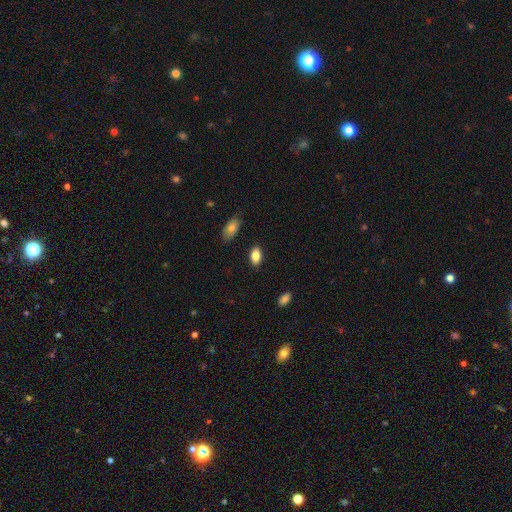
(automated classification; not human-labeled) The model was most divided on "smooth or featured": smooth: 85%, star or artifact: 8%, featured or disk: 7%. More confident: how rounded — in between (92%); merging — none (88%).